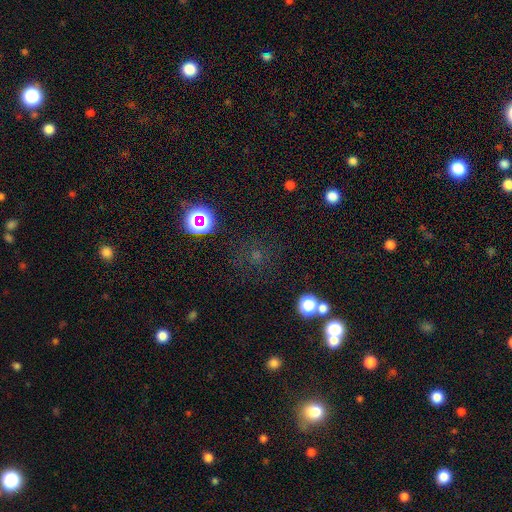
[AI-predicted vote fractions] This appears to be a star or artifact, not a galaxy (48%).